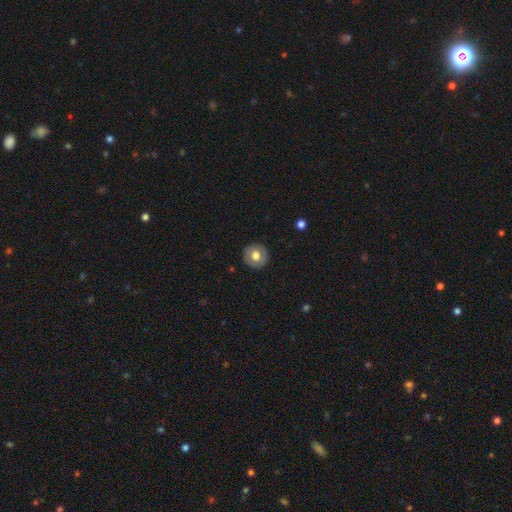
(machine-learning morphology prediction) This is likely a smooth galaxy (66%). How rounded: clearly round (91%). Merging: clearly none (89%).